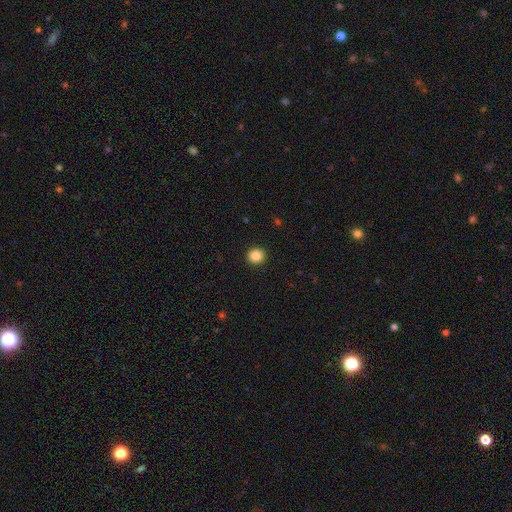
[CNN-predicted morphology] smooth-or-featured: smooth: 85% | star or artifact: 10% | featured or disk: 4%
  how-rounded: round: 90% | in between: 9% | cigar-shaped: 1%
  merging: none: 93% | minor disturbance: 4% | major disturbance: 2% | merger: 1%